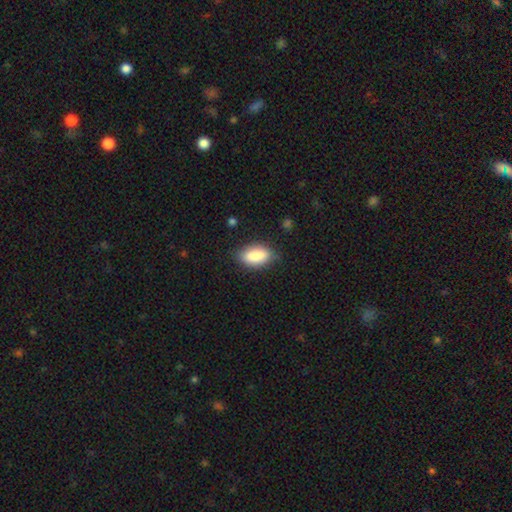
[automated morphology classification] smooth_or_featured: smooth (p=0.85) [alt: featured or disk p=0.09]
how_rounded: in between (p=0.88) [alt: cigar-shaped p=0.09]
merging: none (p=0.78) [alt: minor disturbance p=0.17]